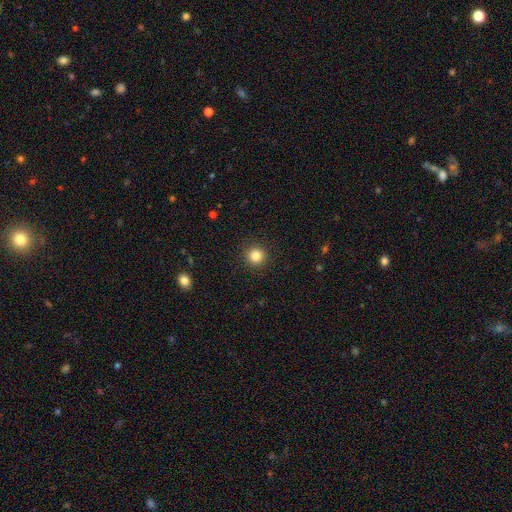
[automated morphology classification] Overall: smooth (84%). How rounded: round (94%). Merging: none (92%).